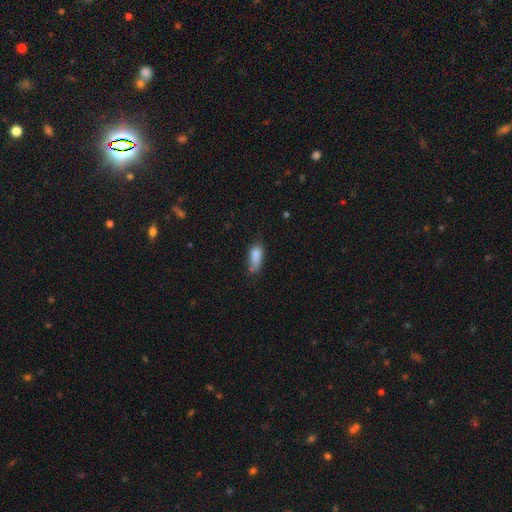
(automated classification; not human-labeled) smooth_or_featured: smooth (p=0.83) [alt: star or artifact p=0.09]
how_rounded: in between (p=0.77) [alt: cigar-shaped p=0.20]
merging: none (p=0.52) [alt: minor disturbance p=0.34]